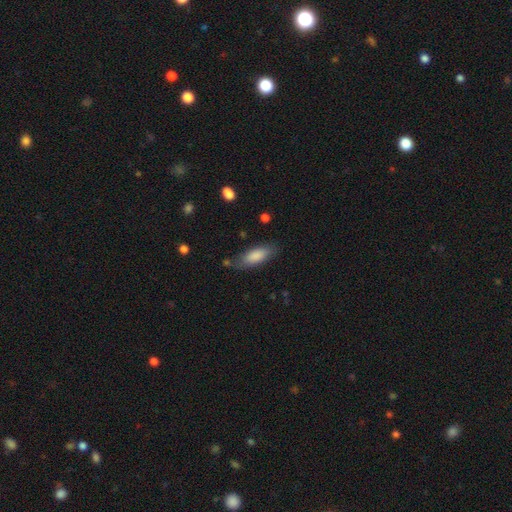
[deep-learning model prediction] The model was most divided on "how rounded": in between: 72%, cigar-shaped: 26%, round: 2%. More confident: smooth or featured — smooth (84%); merging — none (71%).